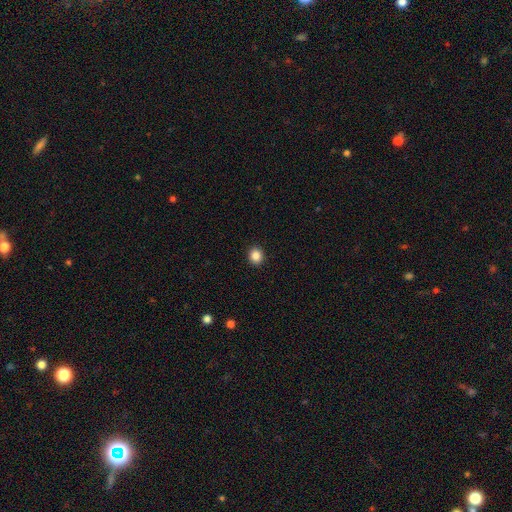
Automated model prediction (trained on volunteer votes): The model was most divided on "how rounded": round: 81%, in between: 18%, cigar-shaped: 1%. More confident: merging — none (92%); smooth or featured — smooth (86%).